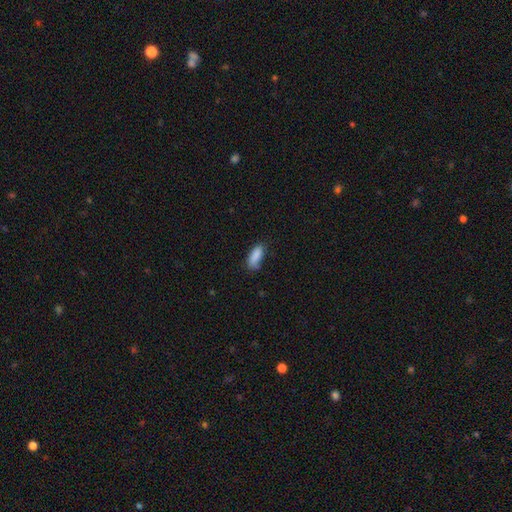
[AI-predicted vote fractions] Smooth or featured? smooth (87%)
How rounded? in between (78%)
Merging? none (64%)